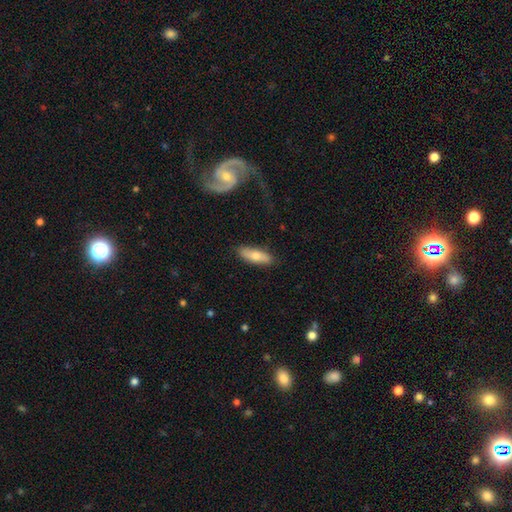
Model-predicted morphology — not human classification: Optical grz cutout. It shows a smooth galaxy with no disk features (69%) that is in between round and cigar-shaped (55%). Merging: none (85%).